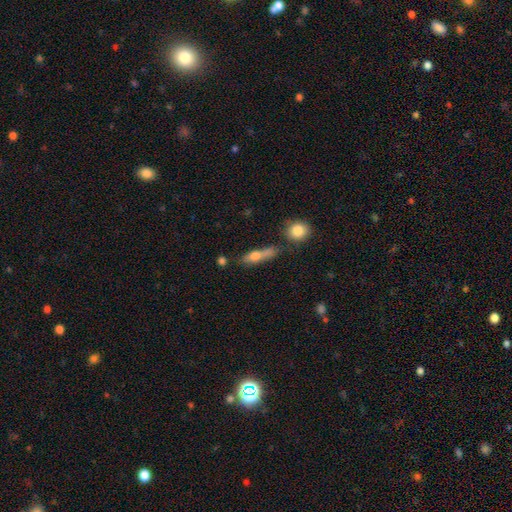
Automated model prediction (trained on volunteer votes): Smooth or featured? Predicted: smooth (p=0.65). How rounded? Predicted: cigar-shaped (p=0.61). Merging? Predicted: none (p=0.54).